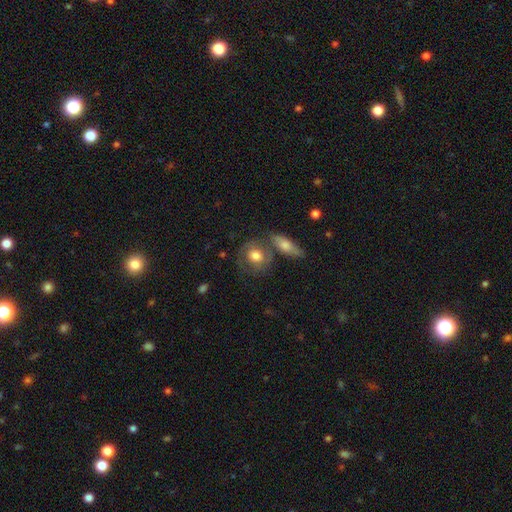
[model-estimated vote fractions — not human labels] Smooth or featured? Predicted: smooth (p=0.59). How rounded? Predicted: round (p=0.72). Merging? Predicted: none (p=0.55).